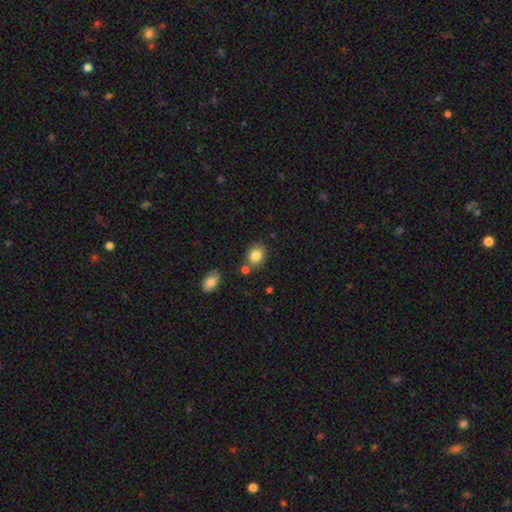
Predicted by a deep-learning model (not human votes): This appears to be a smooth galaxy with no disk features (83%) that is in between round and cigar-shaped (50%). Merging: none (74%).